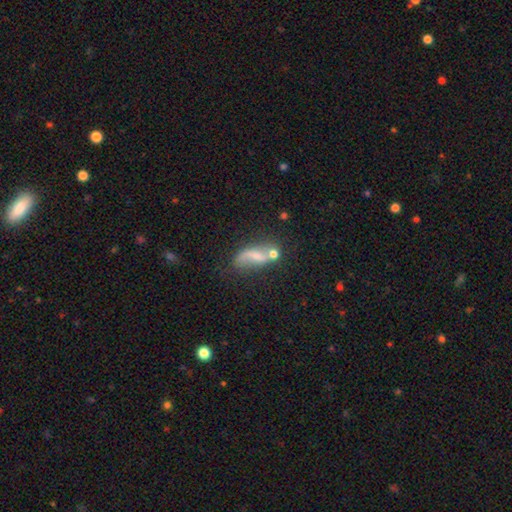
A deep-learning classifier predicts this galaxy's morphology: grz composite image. It shows a featured or disk galaxy (51%). Merging: none (37%).